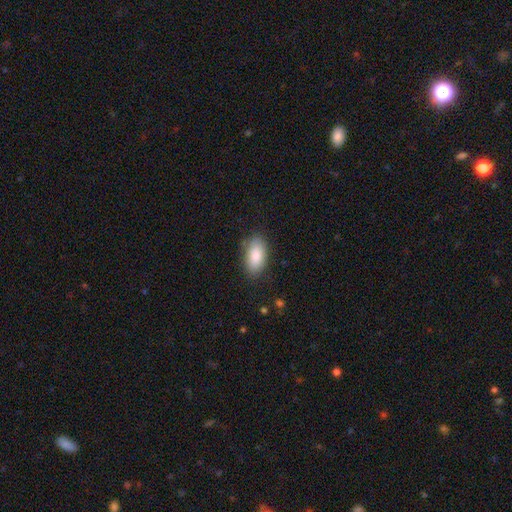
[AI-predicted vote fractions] Overall: smooth (85%). How rounded: in between (93%). Merging: none (82%).